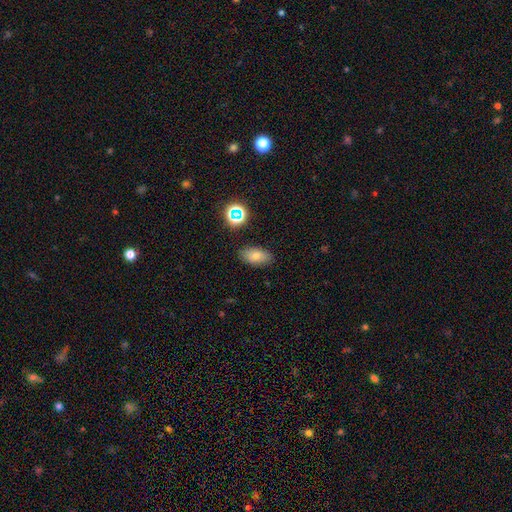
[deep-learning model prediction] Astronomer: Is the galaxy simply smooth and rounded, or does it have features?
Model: smooth — 75%.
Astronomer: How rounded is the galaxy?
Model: in between — 90%.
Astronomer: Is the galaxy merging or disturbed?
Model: none — 83%.